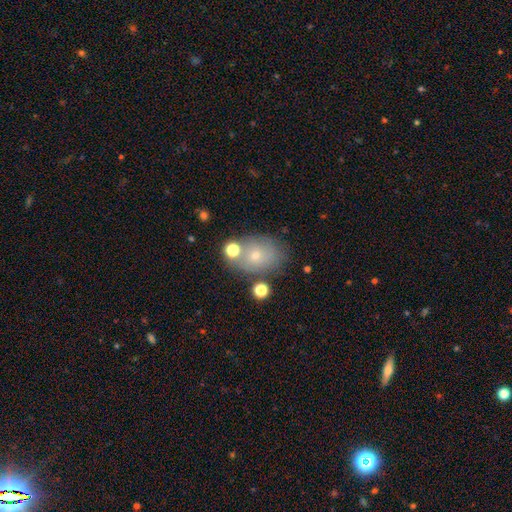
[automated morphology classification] Smooth or featured? smooth (62%)
How rounded? in between (66%)
Merging? none (64%)